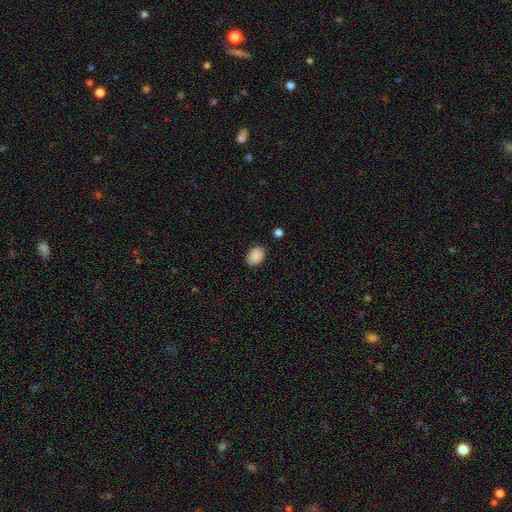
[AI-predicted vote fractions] This appears to be a smooth galaxy with no disk features (88%) that is in between round and cigar-shaped (80%). Merging: none (87%).